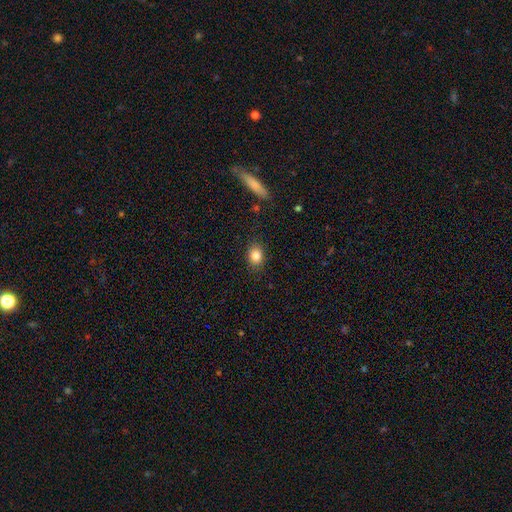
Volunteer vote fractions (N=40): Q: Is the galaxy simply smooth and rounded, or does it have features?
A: smooth — 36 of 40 (90%).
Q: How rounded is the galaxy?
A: in between — 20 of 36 (56%).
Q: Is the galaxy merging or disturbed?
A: none — 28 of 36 (78%).